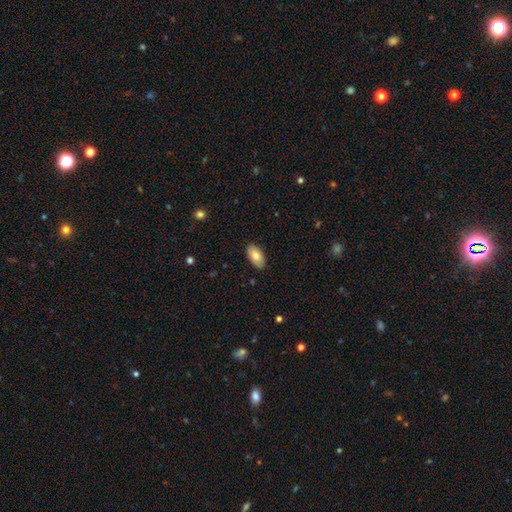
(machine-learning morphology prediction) A smooth galaxy with no disk features (77%) that is in between round and cigar-shaped (94%). Merging: none (85%).